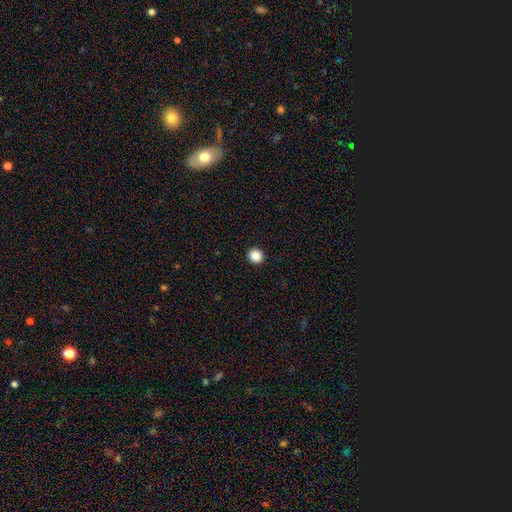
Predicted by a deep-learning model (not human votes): Smooth or featured? Predicted: smooth (p=0.86). How rounded? Predicted: round (p=0.92). Merging? Predicted: none (p=0.94).